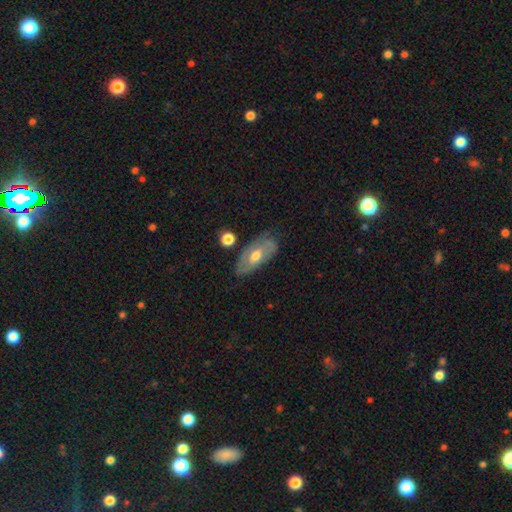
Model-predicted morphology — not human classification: This appears to be a featured or disk galaxy (48%). Merging: none (68%).